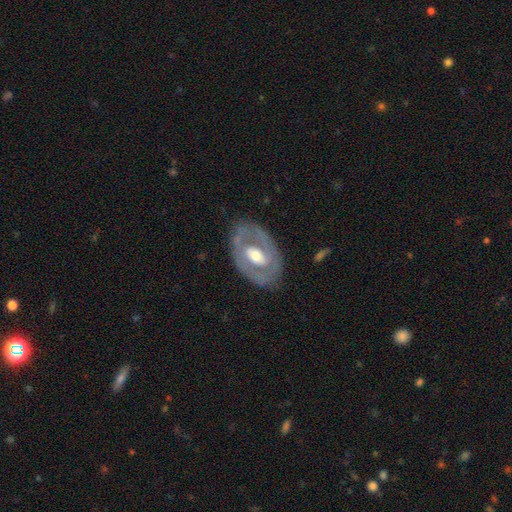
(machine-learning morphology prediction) Overall: featured or disk (68%). Edge-on disk: no (93%). Bar: no (52%; weak 31%). Spiral arms: no (65%; yes 35%). Bulge size: moderate (63%). Merging: none (73%).